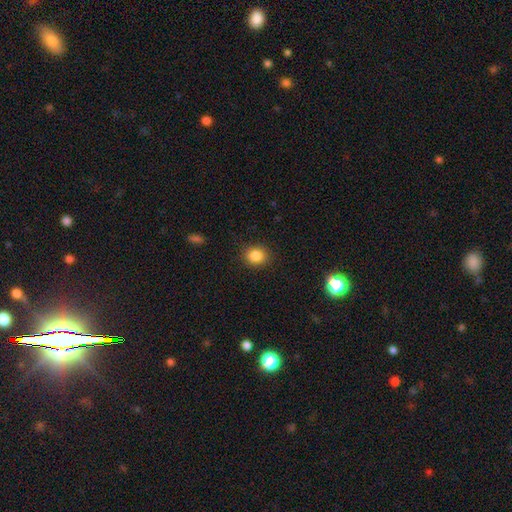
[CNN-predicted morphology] A smooth galaxy with no disk features (85%) that is round (72%).

Vote fractions:
- Smooth or featured? smooth: 85% / star or artifact: 10% / featured or disk: 5%
- How rounded? round: 72% / in between: 27% / cigar-shaped: 1%
- Merging? none: 88% / minor disturbance: 8% / major disturbance: 3% / merger: 1%